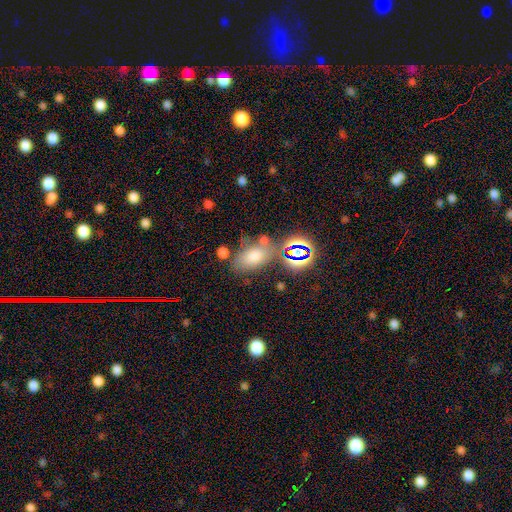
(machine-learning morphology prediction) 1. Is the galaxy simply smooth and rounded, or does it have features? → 68% smooth, 19% star or artifact, 14% featured or disk.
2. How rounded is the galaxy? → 86% in between, 11% round, 3% cigar-shaped.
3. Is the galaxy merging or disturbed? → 60% none, 17% minor disturbance, 15% merger, 8% major disturbance.